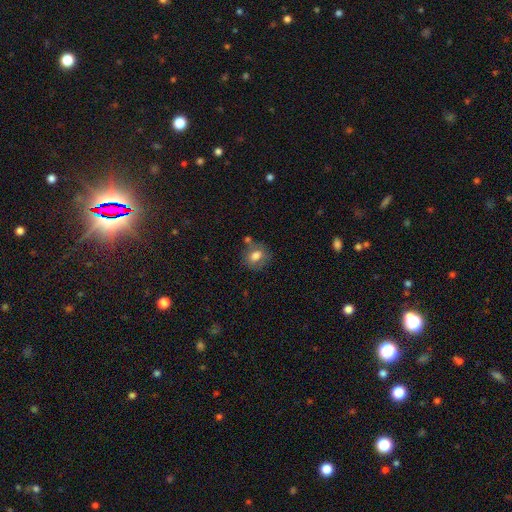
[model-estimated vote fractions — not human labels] smooth 73%, featured or disk 17%, star or artifact 10%. Down the decision tree: how rounded — round (55%); merging — none (66%).